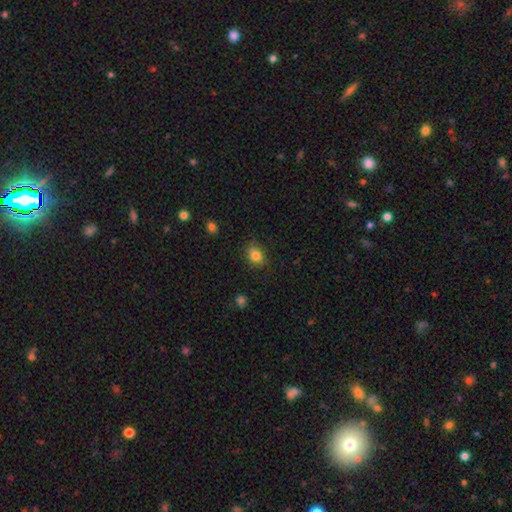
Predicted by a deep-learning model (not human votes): Smooth or featured? smooth (82%)
How rounded? in between (53%)
Merging? none (76%)